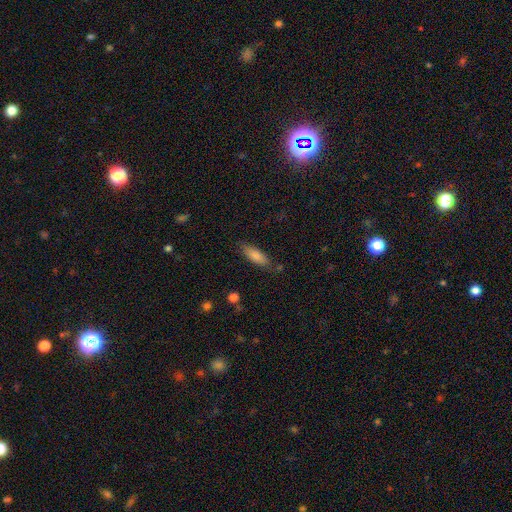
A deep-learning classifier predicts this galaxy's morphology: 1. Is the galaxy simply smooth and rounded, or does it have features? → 82% smooth, 11% featured or disk, 7% star or artifact.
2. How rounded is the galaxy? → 59% in between, 39% cigar-shaped, 2% round.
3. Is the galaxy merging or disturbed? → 75% none, 18% minor disturbance, 4% major disturbance, 3% merger.